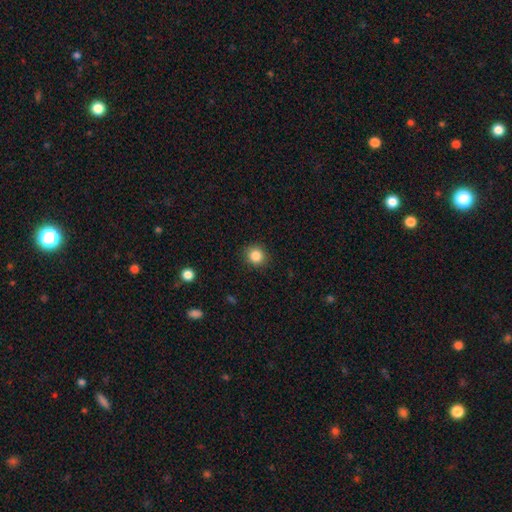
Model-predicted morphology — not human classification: smooth 86%, star or artifact 10%, featured or disk 4%. Down the decision tree: how rounded — round (89%); merging — none (90%).